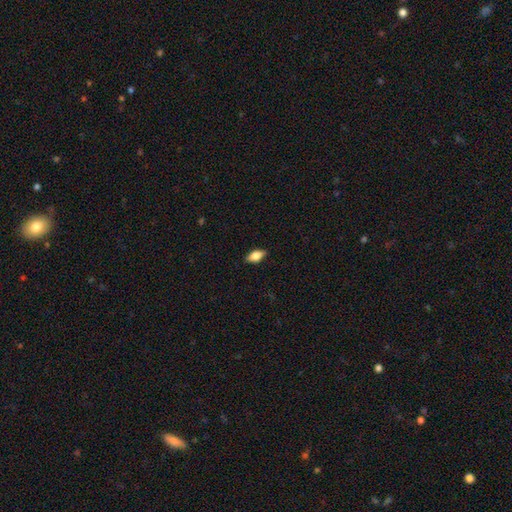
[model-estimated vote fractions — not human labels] This is likely a smooth galaxy (73%). How rounded: clearly in between (86%). Merging: clearly none (86%).